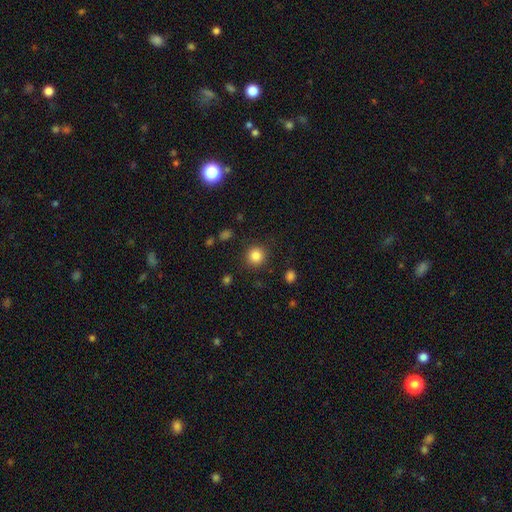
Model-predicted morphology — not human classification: smooth 84%, star or artifact 11%, featured or disk 5%. Down the decision tree: how rounded — round (92%); merging — none (89%).